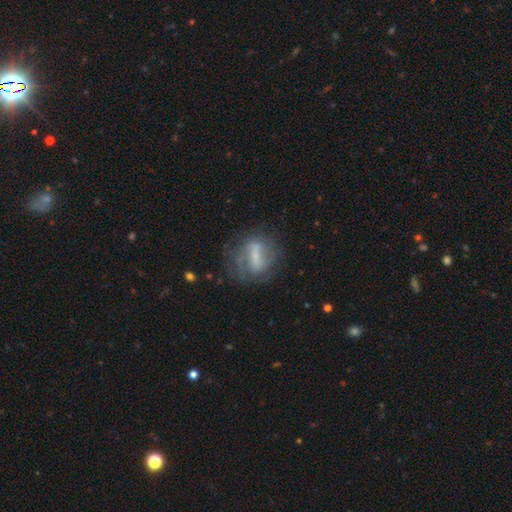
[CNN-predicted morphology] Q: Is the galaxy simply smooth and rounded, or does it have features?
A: featured or disk — 64%.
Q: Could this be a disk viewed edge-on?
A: no — 92%.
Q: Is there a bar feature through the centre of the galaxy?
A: strong — 47%.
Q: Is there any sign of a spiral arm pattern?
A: yes — 63%.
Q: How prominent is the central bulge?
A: small — 42%.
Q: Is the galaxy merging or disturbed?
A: none — 58%.